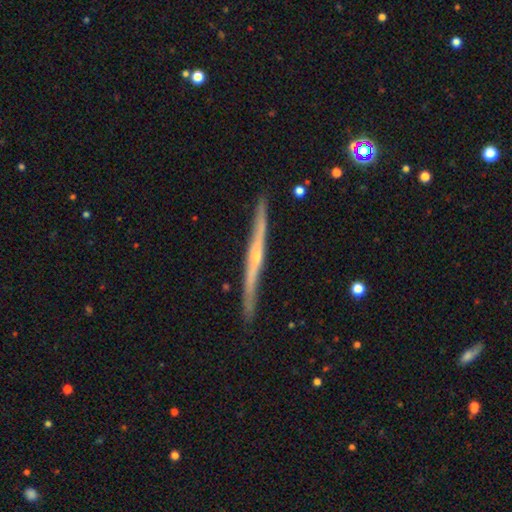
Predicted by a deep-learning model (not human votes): smooth_or_featured: featured or disk (p=0.81) [alt: smooth p=0.14]
disk_edge_on: yes (p=0.98) [alt: no p=0.02]
edge_on_bulge: rounded (p=0.63) [alt: none p=0.32]
merging: none (p=0.90) [alt: minor disturbance p=0.08]